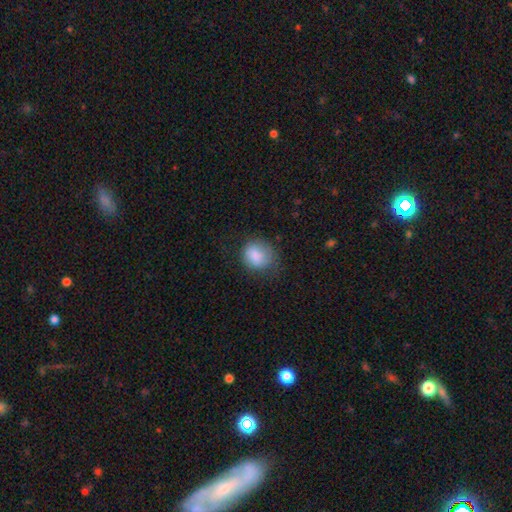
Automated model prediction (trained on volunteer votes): smooth-or-featured: smooth: 82% | featured or disk: 10% | star or artifact: 8%
  how-rounded: round: 69% | in between: 30% | cigar-shaped: 1%
  merging: none: 61% | minor disturbance: 25% | major disturbance: 12% | merger: 1%